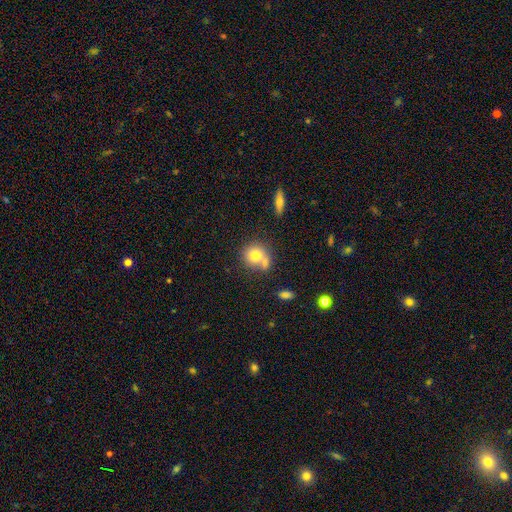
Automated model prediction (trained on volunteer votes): The model was most divided on "merging": none: 47%, merger: 37%, minor disturbance: 12%, major disturbance: 4%. More confident: how rounded — round (82%); smooth or featured — smooth (74%).